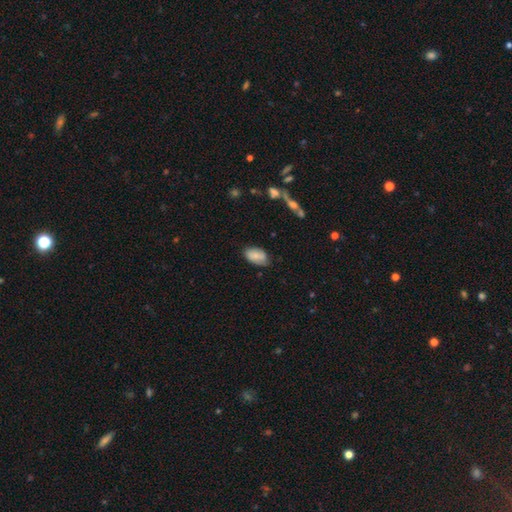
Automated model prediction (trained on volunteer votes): Smooth or featured: smooth — 77% (featured or disk — 15%)
How rounded: in between — 93% (round — 6%)
Merging: none — 71% (minor disturbance — 23%)